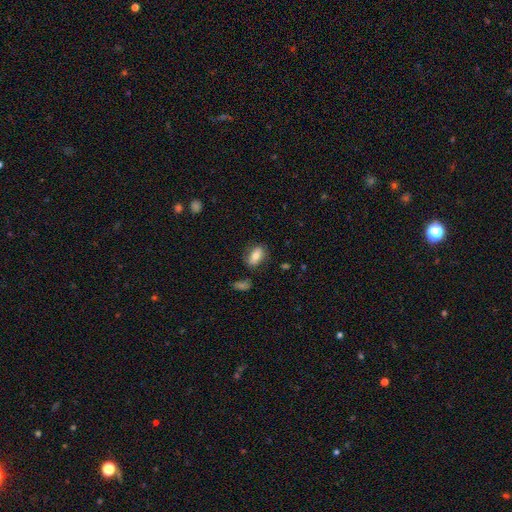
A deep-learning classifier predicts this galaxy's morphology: The model was most divided on "merging": none: 77%, minor disturbance: 15%, major disturbance: 4%, merger: 4%. More confident: how rounded — in between (87%); smooth or featured — smooth (77%).